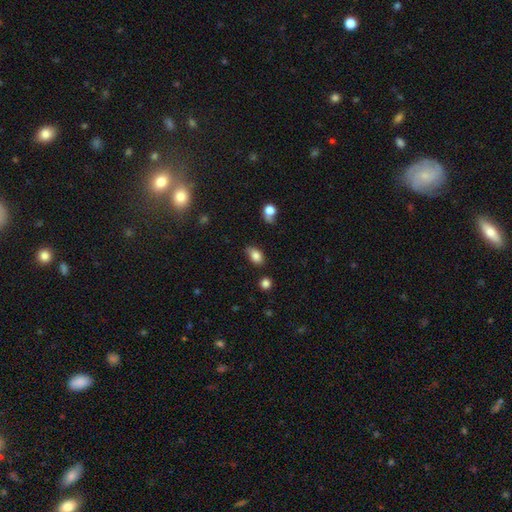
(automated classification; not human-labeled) Morphology: type=smooth (84%); roundness=in between (86%); merging=none (74%).